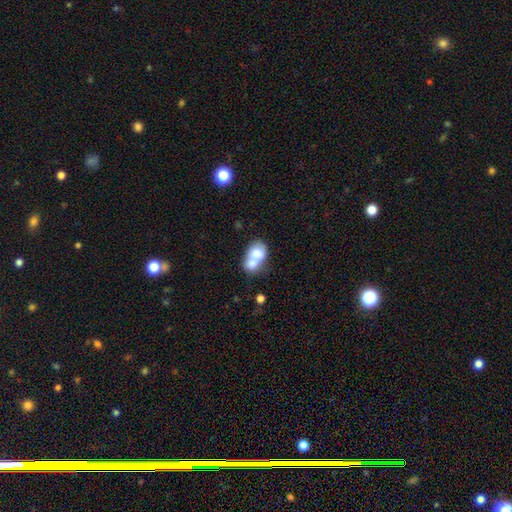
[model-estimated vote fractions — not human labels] smooth 68%, featured or disk 24%, star or artifact 8%. Down the decision tree: how rounded — in between (60%); merging — merger (74%).